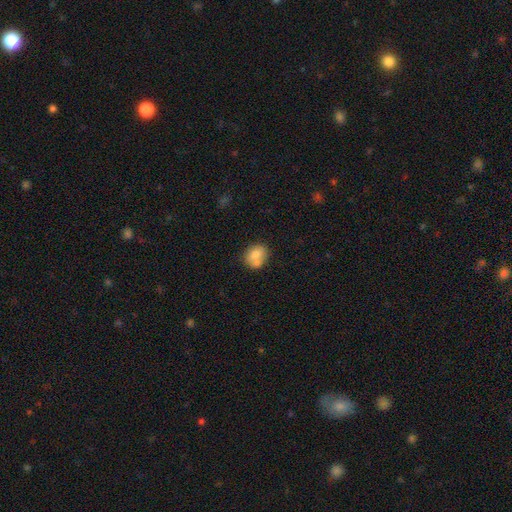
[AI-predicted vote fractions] A smooth galaxy with no disk features (75%) that is round (53%).

Vote fractions:
- Smooth or featured? smooth: 75% / featured or disk: 17% / star or artifact: 9%
- How rounded? round: 53% / in between: 46% / cigar-shaped: 1%
- Merging? none: 51% / merger: 29% / minor disturbance: 16% / major disturbance: 4%